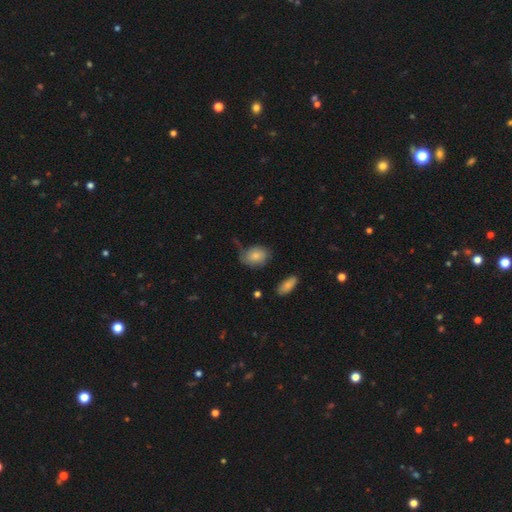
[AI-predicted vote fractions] Overall: smooth (73%). How rounded: in between (67%; round 31%). Merging: none (45%; minor disturbance 33%).